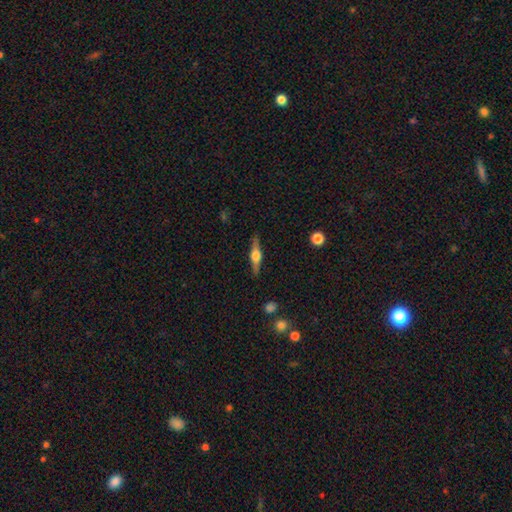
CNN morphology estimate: The model was most divided on "smooth or featured": featured or disk: 74%, smooth: 20%, star or artifact: 6%. More confident: edge-on disk — yes (98%); edge-on bulge — rounded (93%); merging — none (89%).